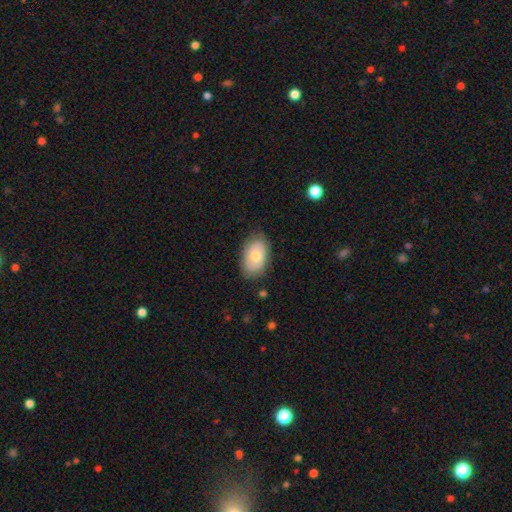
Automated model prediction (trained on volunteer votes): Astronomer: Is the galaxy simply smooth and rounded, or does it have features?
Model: smooth — 72%.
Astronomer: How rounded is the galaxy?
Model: in between — 91%.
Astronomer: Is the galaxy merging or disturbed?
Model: none — 81%.